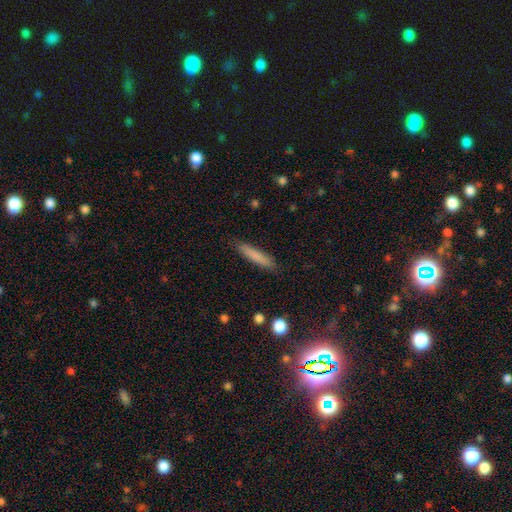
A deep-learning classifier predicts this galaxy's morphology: Smooth or featured? smooth (81%)
How rounded? cigar-shaped (90%)
Merging? none (87%)